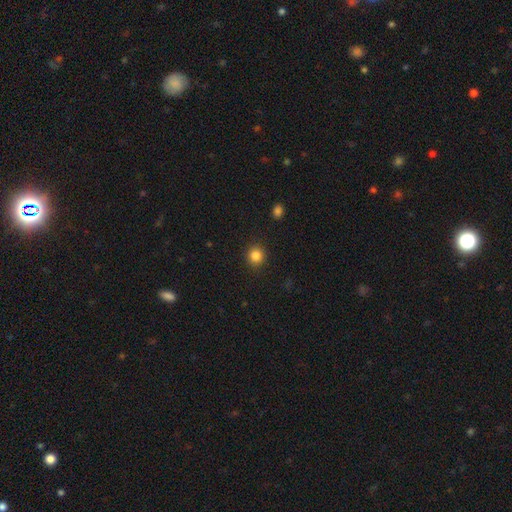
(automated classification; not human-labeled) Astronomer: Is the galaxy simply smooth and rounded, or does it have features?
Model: smooth — 85%.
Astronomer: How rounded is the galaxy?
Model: round — 92%.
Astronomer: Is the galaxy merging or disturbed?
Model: none — 91%.